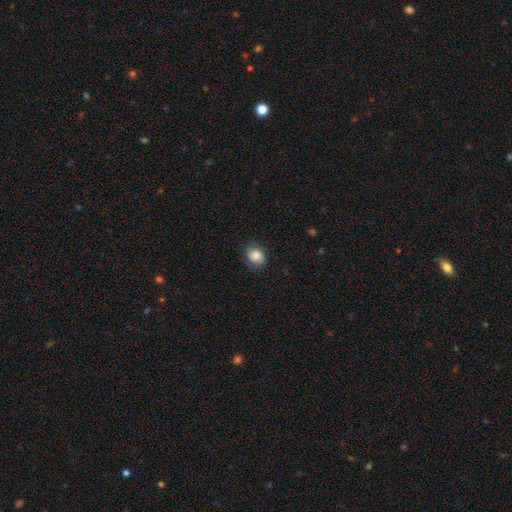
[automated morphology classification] Smooth or featured? Predicted: smooth (p=0.80). How rounded? Predicted: round (p=0.63). Merging? Predicted: none (p=0.77).